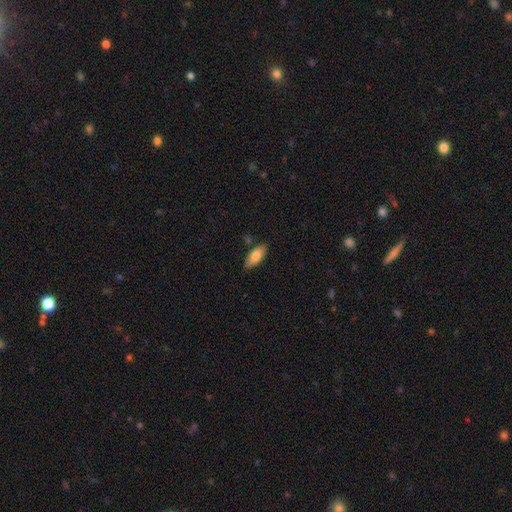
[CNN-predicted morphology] smooth_or_featured: smooth (p=0.83) [alt: featured or disk p=0.11]
how_rounded: in between (p=0.82) [alt: cigar-shaped p=0.16]
merging: none (p=0.80) [alt: minor disturbance p=0.13]